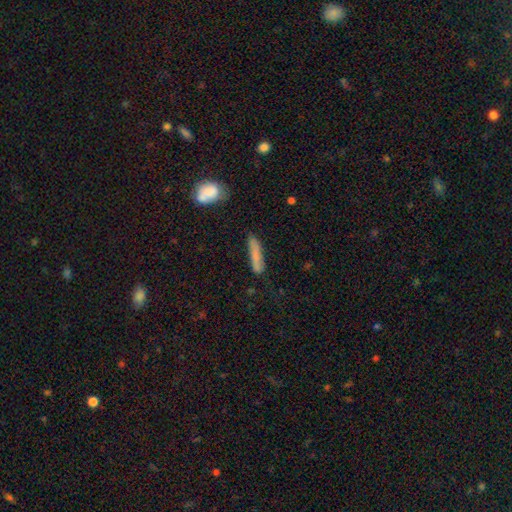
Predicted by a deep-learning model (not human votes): Smooth or featured? smooth (76%)
How rounded? cigar-shaped (88%)
Merging? none (72%)